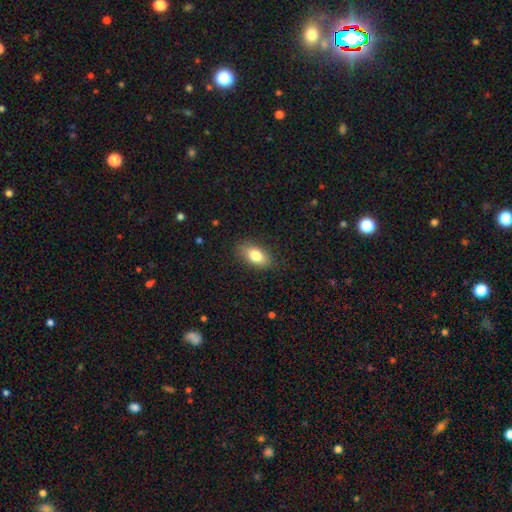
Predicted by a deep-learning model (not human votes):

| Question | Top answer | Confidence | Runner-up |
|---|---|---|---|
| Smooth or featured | smooth | 79% | featured or disk (13%) |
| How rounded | in between | 87% | round (7%) |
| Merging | none | 85% | minor disturbance (12%) |